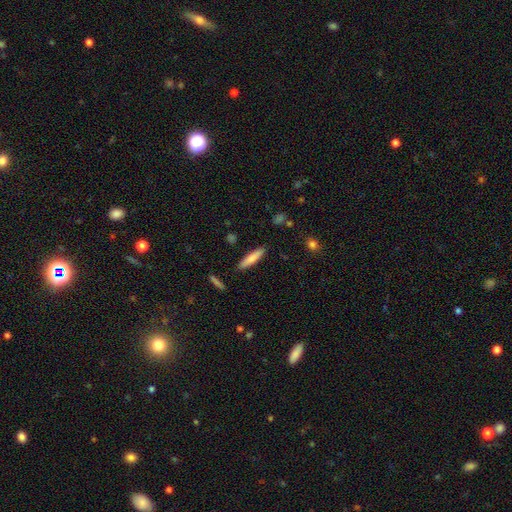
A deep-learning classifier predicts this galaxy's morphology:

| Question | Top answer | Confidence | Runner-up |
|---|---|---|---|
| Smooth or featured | smooth | 58% | featured or disk (28%) |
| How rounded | cigar-shaped | 82% | in between (14%) |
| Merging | none | 87% | minor disturbance (9%) |